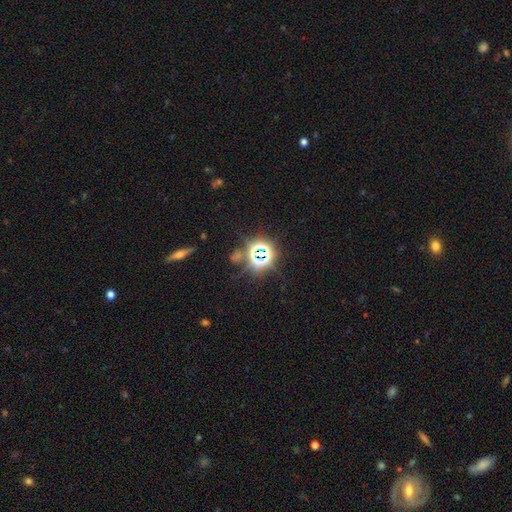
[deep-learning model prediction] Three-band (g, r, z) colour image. It shows a star or artifact, not a galaxy (76%).